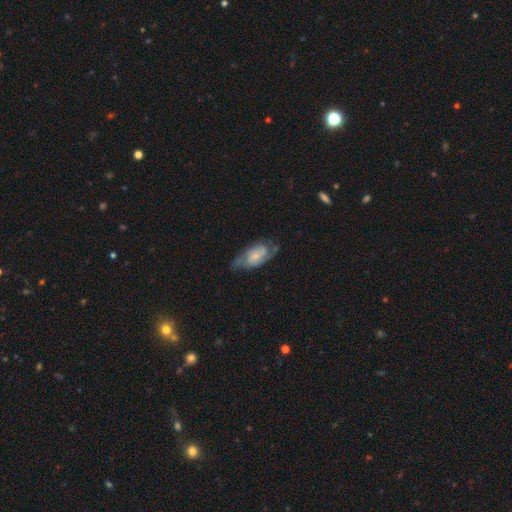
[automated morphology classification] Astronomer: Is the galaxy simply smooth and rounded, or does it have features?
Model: featured or disk — 73%.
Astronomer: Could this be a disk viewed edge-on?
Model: no — 94%.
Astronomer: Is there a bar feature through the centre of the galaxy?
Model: no — 57% (runner-up: weak, 35%).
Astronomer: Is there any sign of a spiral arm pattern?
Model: yes — 90%.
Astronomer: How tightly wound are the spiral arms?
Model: medium — 47% (runner-up: tight, 29%).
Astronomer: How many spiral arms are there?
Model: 2 — 79%.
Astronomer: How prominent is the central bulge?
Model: small — 54% (runner-up: moderate, 30%).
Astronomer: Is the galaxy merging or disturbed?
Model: none — 59%.